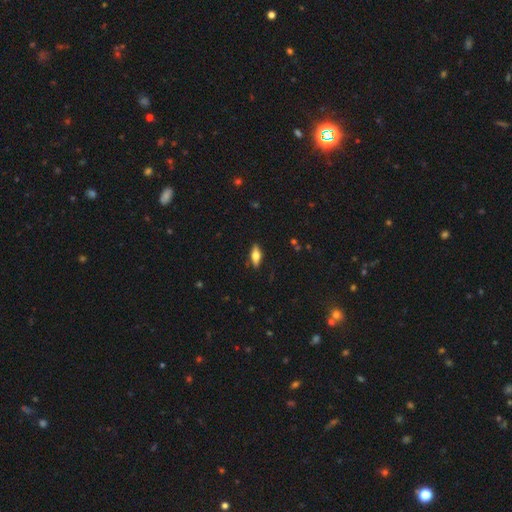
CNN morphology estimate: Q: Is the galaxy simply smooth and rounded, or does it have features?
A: smooth — 56%.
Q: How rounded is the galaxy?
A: in between — 70%.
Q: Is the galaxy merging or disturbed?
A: none — 86%.